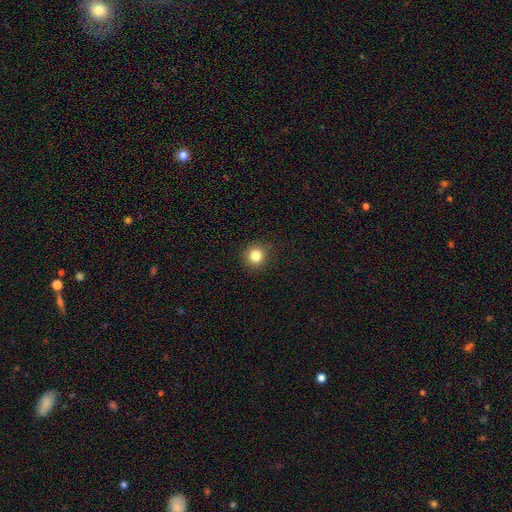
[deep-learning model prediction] smooth_or_featured: smooth (p=0.83) [alt: star or artifact p=0.12]
how_rounded: round (p=0.91) [alt: in between p=0.09]
merging: none (p=0.87) [alt: minor disturbance p=0.09]